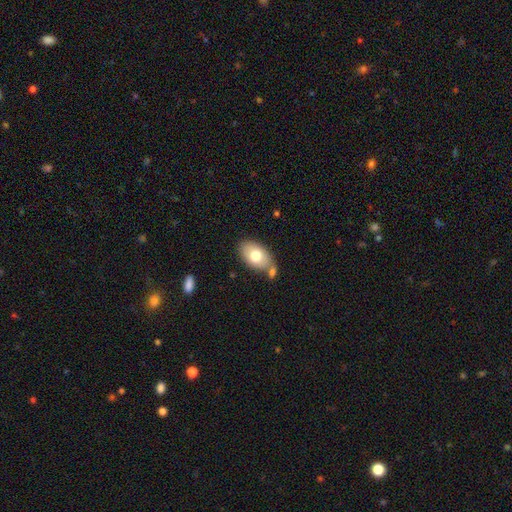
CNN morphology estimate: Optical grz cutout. It shows a smooth galaxy with no disk features (74%) that is in between round and cigar-shaped (91%). Merging: none (62%).